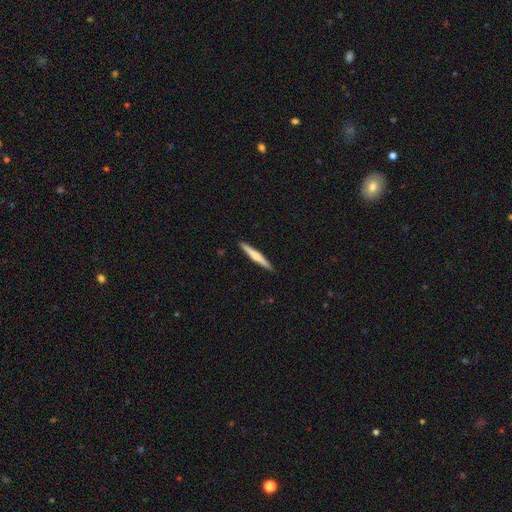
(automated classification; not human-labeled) smooth_or_featured: featured or disk (p=0.54) [alt: smooth p=0.41]
disk_edge_on: yes (p=0.98) [alt: no p=0.02]
edge_on_bulge: rounded (p=0.77) [alt: none p=0.15]
merging: none (p=0.92) [alt: minor disturbance p=0.06]